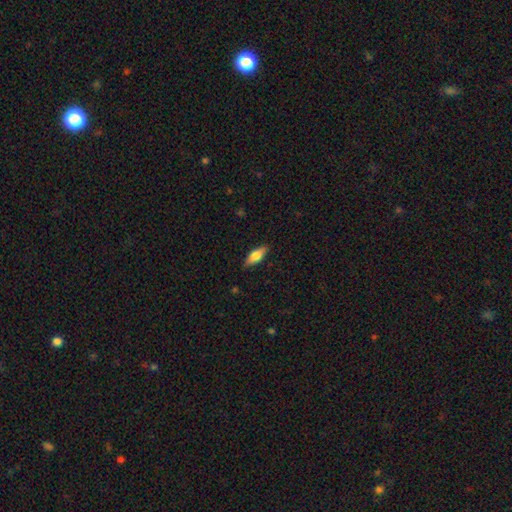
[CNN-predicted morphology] Smooth or featured? Predicted: smooth (p=0.67). How rounded? Predicted: in between (p=0.67). Merging? Predicted: none (p=0.86).